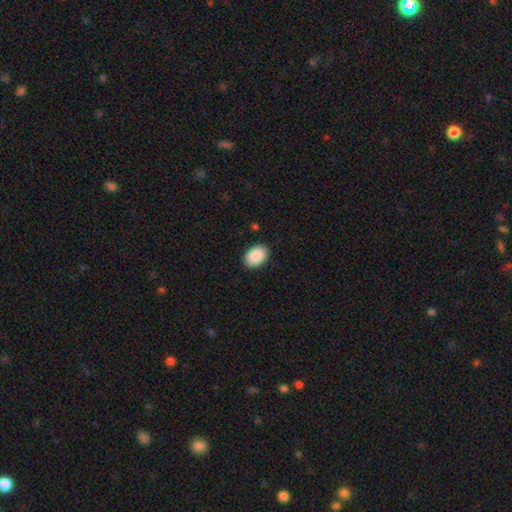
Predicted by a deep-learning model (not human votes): A smooth galaxy with no disk features (91%) that is in between round and cigar-shaped (86%).

Vote fractions:
- Smooth or featured? smooth: 91% / star or artifact: 6% / featured or disk: 3%
- How rounded? in between: 86% / round: 13% / cigar-shaped: 1%
- Merging? none: 89% / minor disturbance: 8% / major disturbance: 2% / merger: 1%